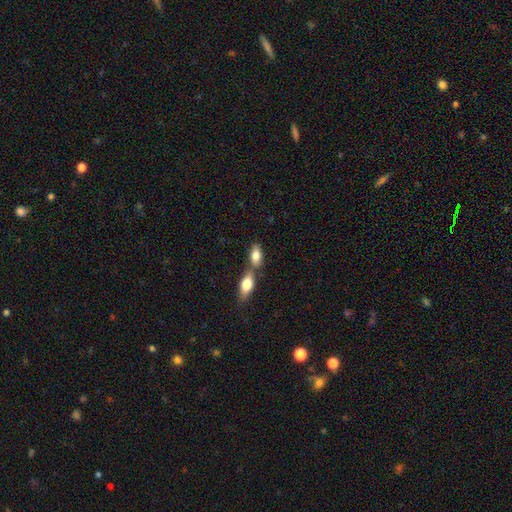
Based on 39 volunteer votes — Q: Smooth or featured?
A: smooth (87%); runner-up: star or artifact (10%)
Q: How rounded?
A: in between (88%); runner-up: round (6%)
Q: Merging?
A: merger (57%); runner-up: minor disturbance (20%)